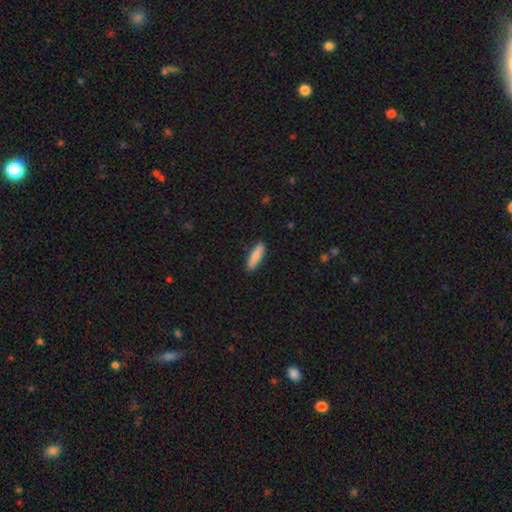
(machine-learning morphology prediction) Smooth or featured? smooth (86%)
How rounded? cigar-shaped (70%)
Merging? none (89%)